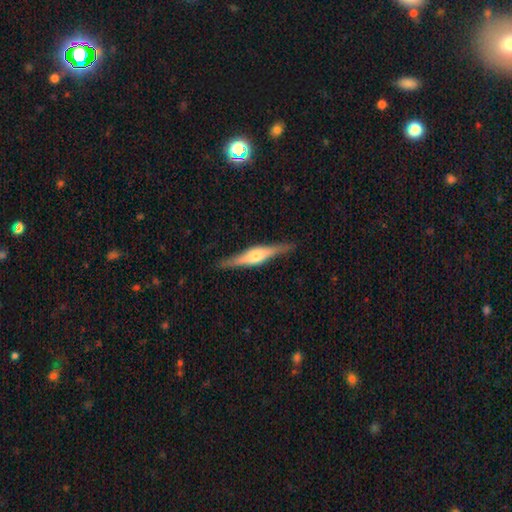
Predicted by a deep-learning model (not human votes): Overall: featured or disk (75%). Edge-on disk: yes (97%). Edge-on bulge: rounded (81%). Merging: none (89%).